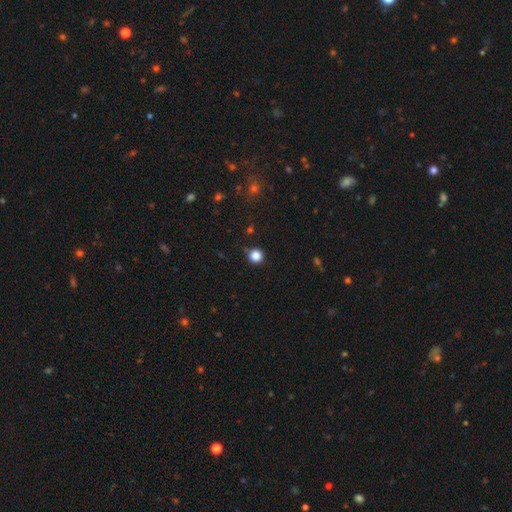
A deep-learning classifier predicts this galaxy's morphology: smooth_or_featured: smooth (p=0.84) [alt: star or artifact p=0.12]
how_rounded: round (p=0.95) [alt: in between p=0.04]
merging: none (p=0.90) [alt: minor disturbance p=0.06]